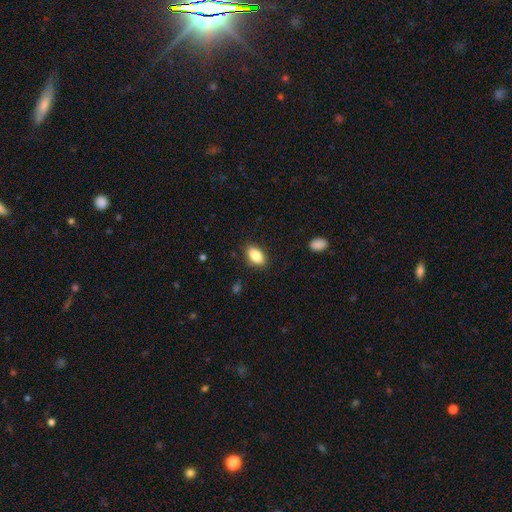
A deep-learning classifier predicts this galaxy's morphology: type=smooth (87%); roundness=in between (90%); merging=none (87%).